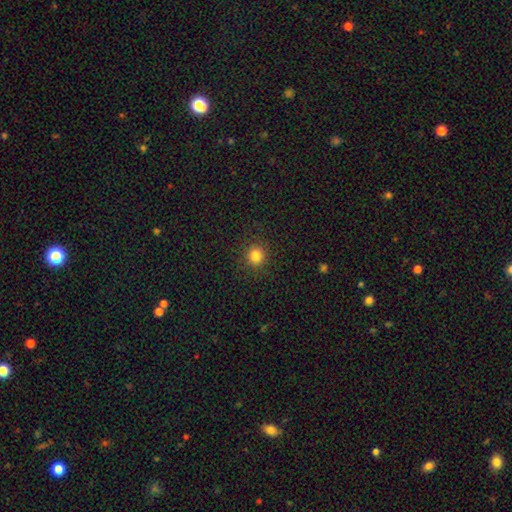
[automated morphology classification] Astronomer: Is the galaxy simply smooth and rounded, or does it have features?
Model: smooth — 83%.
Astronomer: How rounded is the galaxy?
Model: round — 91%.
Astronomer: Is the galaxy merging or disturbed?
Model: none — 91%.